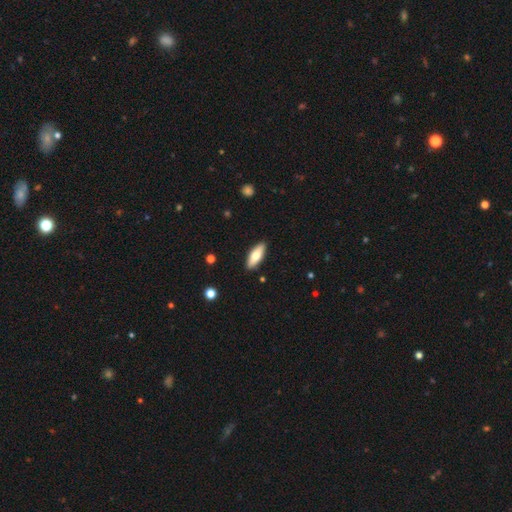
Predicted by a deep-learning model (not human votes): This appears to be a smooth galaxy with no disk features (68%) that is in between round and cigar-shaped (65%). Merging: none (89%).